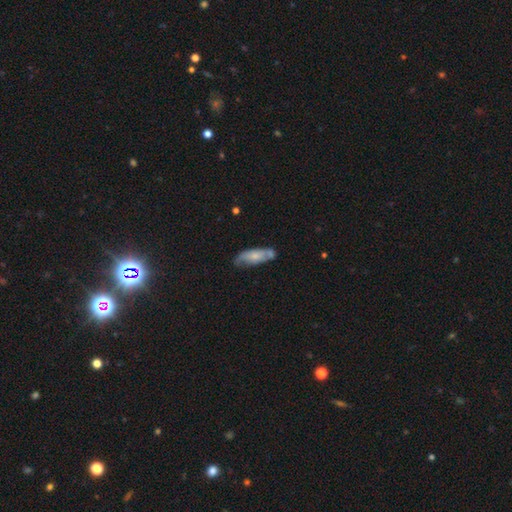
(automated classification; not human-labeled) A smooth galaxy with no disk features (53%) that is in between round and cigar-shaped (58%). Merging: none (55%).